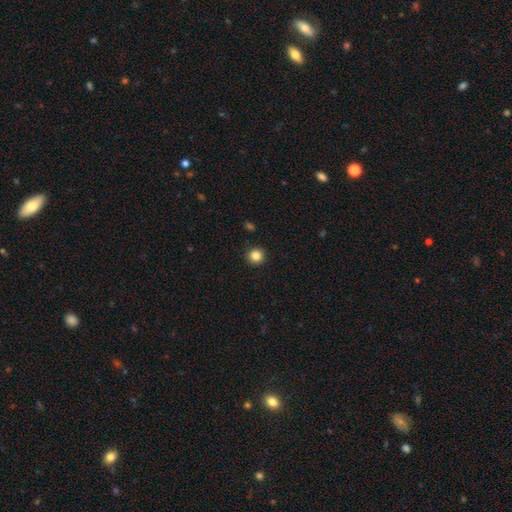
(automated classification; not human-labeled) Morphology: type=smooth (85%); roundness=round (94%); merging=none (93%).